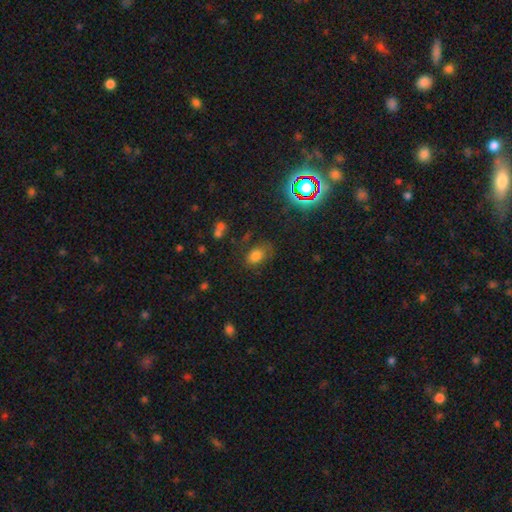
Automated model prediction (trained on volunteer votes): The model was most divided on "merging": none: 62%, minor disturbance: 24%, major disturbance: 11%, merger: 4%. More confident: how rounded — in between (79%); smooth or featured — smooth (73%).